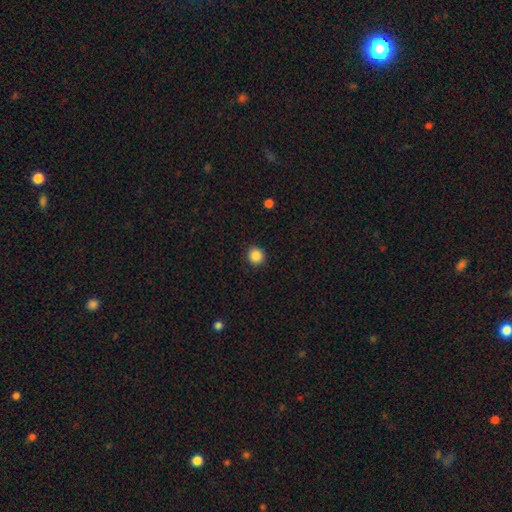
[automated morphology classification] smooth 86%, star or artifact 10%, featured or disk 4%. Down the decision tree: how rounded — round (89%); merging — none (91%).